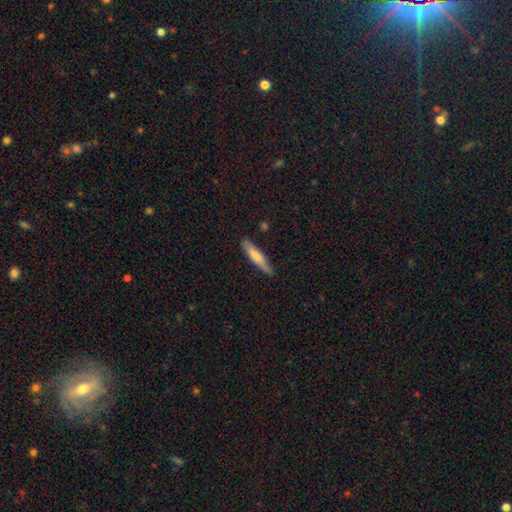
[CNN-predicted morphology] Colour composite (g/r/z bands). It shows a smooth galaxy with no disk features (66%) that is cigar-shaped (89%). Merging: none (86%).